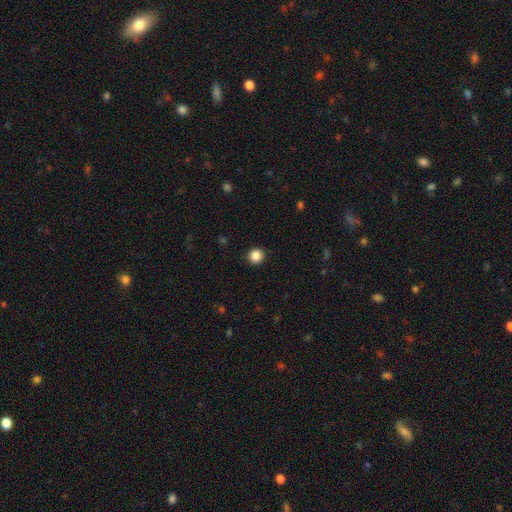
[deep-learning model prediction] A smooth galaxy with no disk features (87%) that is round (94%).

Vote fractions:
- Smooth or featured? smooth: 87% / star or artifact: 10% / featured or disk: 3%
- How rounded? round: 94% / in between: 5% / cigar-shaped: 1%
- Merging? none: 93% / minor disturbance: 4% / major disturbance: 2% / merger: 1%